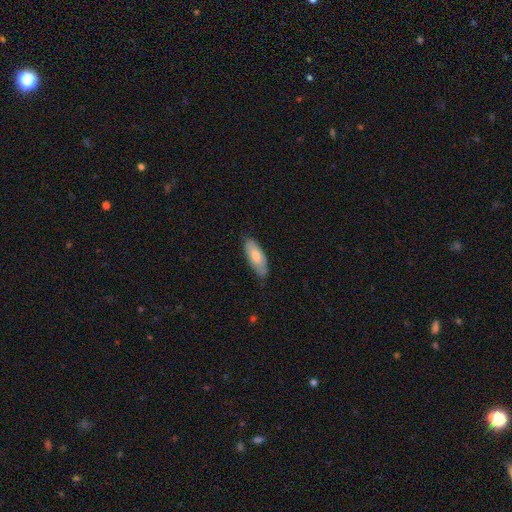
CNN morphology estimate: Smooth or featured? Predicted: smooth (p=0.71). How rounded? Predicted: in between (p=0.79). Merging? Predicted: none (p=0.75).